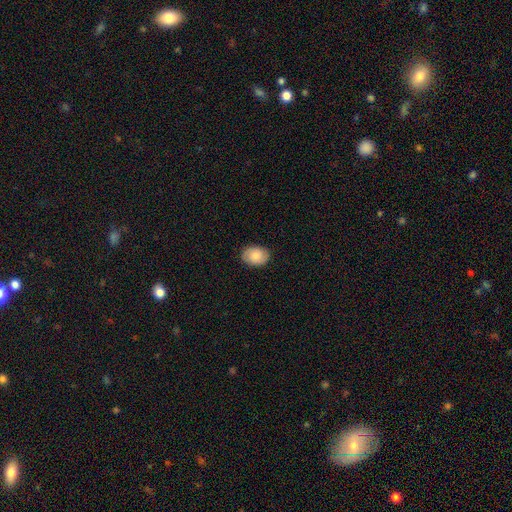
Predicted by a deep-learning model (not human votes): A smooth galaxy with no disk features (71%) that is in between round and cigar-shaped (72%).

Vote fractions:
- Smooth or featured? smooth: 71% / featured or disk: 21% / star or artifact: 8%
- How rounded? in between: 72% / round: 27% / cigar-shaped: 1%
- Merging? none: 85% / minor disturbance: 11% / major disturbance: 3% / merger: 1%